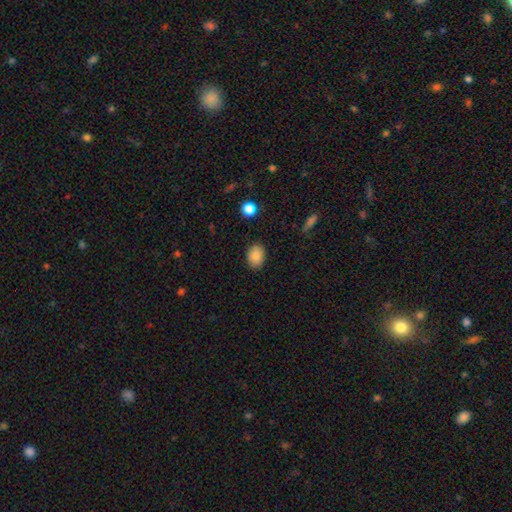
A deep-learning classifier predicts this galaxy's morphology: A smooth galaxy with no disk features (87%) that is in between round and cigar-shaped (74%). Merging: none (87%).